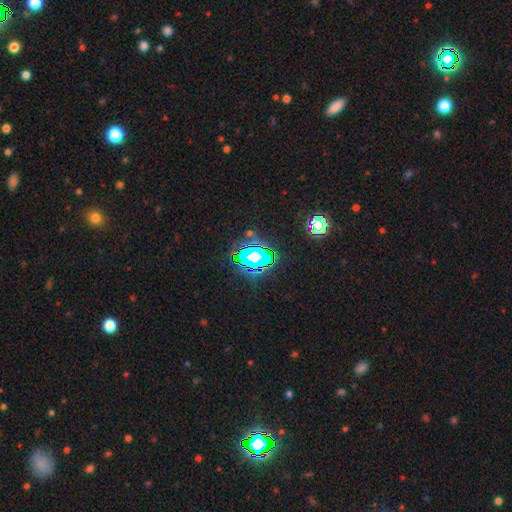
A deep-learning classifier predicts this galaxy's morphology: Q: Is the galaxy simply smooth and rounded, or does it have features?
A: star or artifact — 79%.